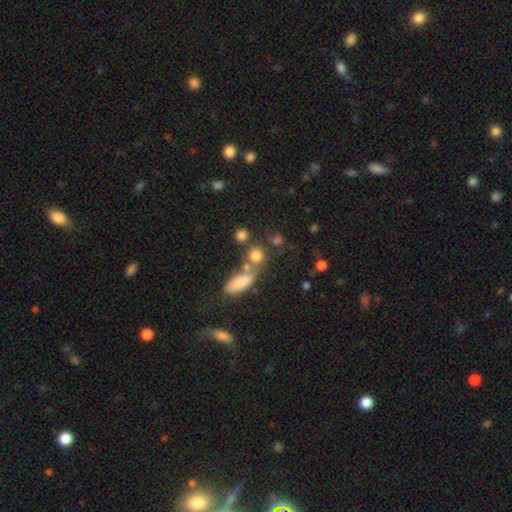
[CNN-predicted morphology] smooth_or_featured: smooth (p=0.78) [alt: star or artifact p=0.13]
how_rounded: round (p=0.75) [alt: in between p=0.20]
merging: none (p=0.54) [alt: merger p=0.30]